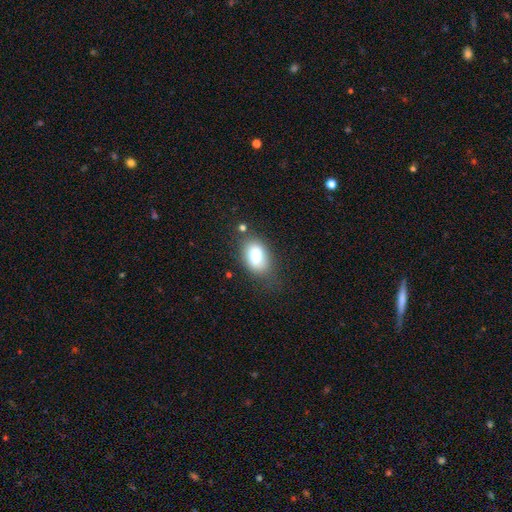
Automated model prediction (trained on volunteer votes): The model was most divided on "merging": none: 68%, minor disturbance: 20%, major disturbance: 7%, merger: 5%. More confident: how rounded — in between (85%); smooth or featured — smooth (78%).